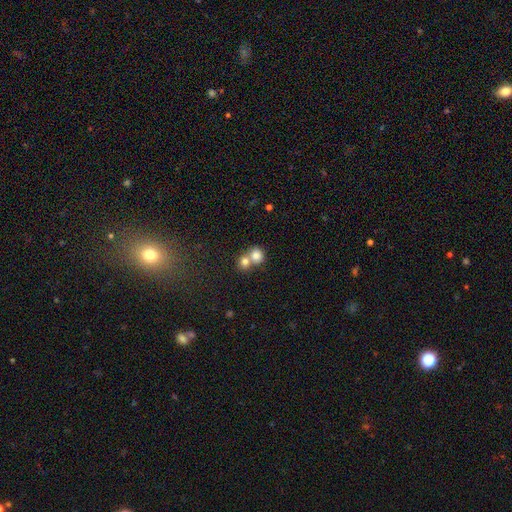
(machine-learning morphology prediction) smooth-or-featured: smooth: 79% | featured or disk: 11% | star or artifact: 10%
  how-rounded: round: 79% | in between: 20% | cigar-shaped: 1%
  merging: merger: 59% | none: 33% | minor disturbance: 5% | major disturbance: 3%